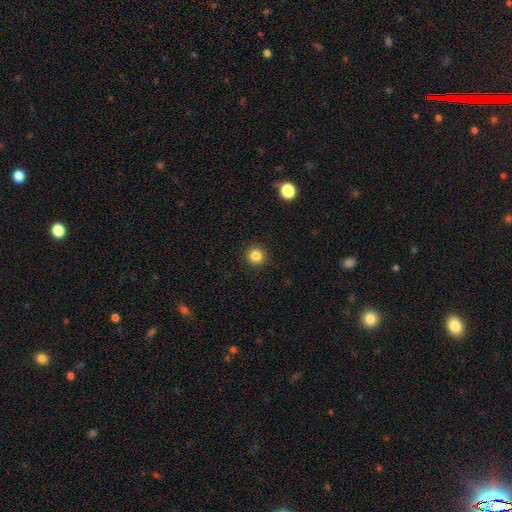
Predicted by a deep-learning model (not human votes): Morphology: type=smooth (84%); roundness=round (95%); merging=none (93%).